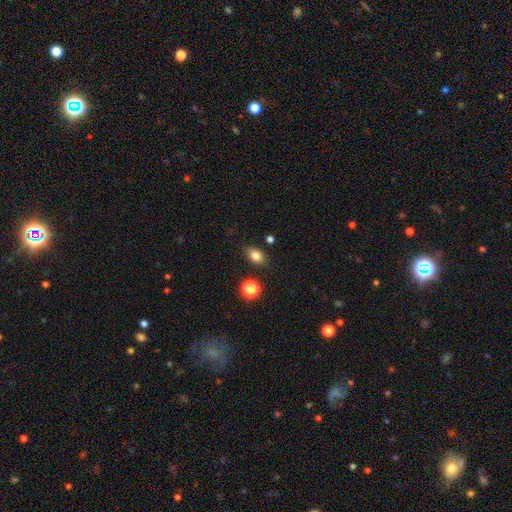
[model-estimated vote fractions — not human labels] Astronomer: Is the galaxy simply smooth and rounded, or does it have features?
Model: smooth — 80%.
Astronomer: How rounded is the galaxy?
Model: in between — 75%.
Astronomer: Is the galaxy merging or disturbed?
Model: none — 81%.